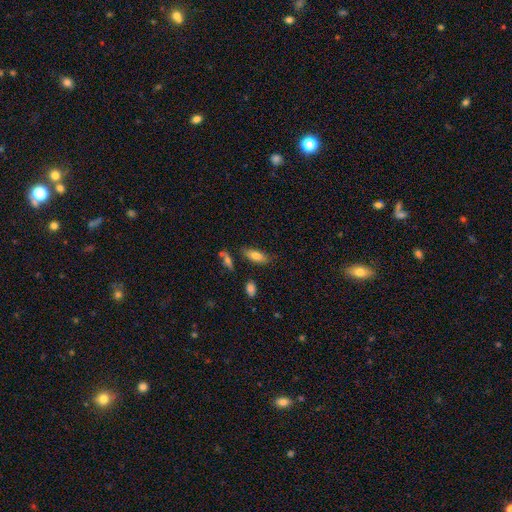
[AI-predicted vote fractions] Overall: smooth (76%). How rounded: in between (78%). Merging: none (75%).